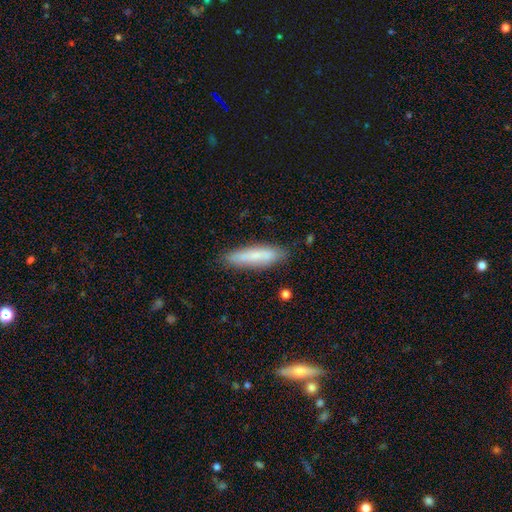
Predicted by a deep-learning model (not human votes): A smooth galaxy with no disk features (74%) that is cigar-shaped (78%). Merging: none (84%).